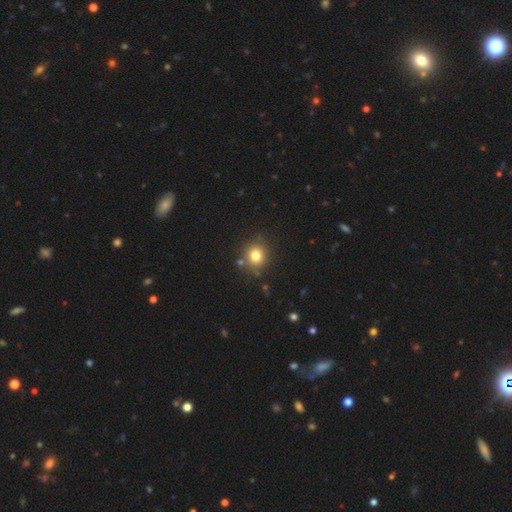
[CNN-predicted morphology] Smooth or featured? smooth (79%)
How rounded? round (86%)
Merging? none (81%)